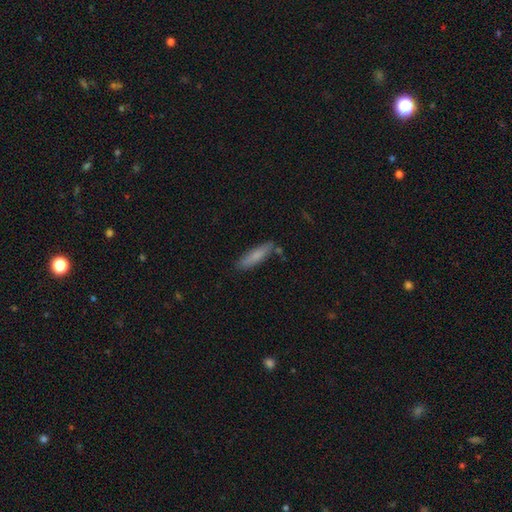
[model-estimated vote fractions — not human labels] This appears to be a smooth galaxy with no disk features (77%) that is cigar-shaped (76%). Merging: none (79%).